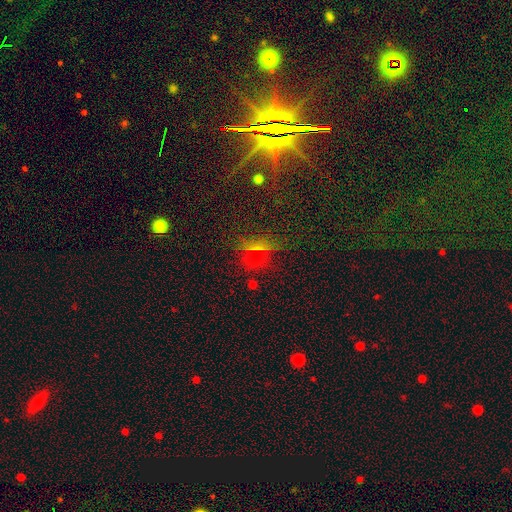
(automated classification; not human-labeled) A smooth galaxy with no disk features (49%). Merging: none (73%).